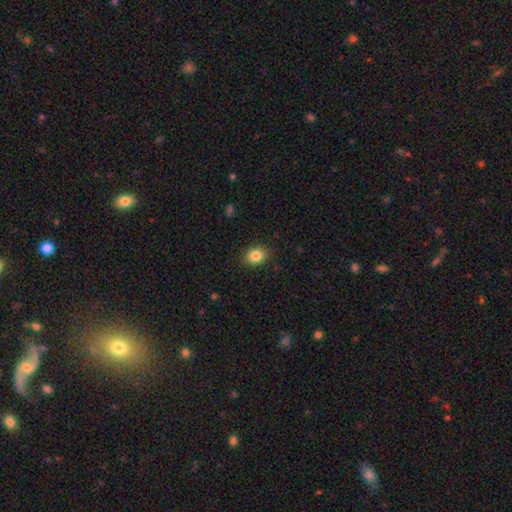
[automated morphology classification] A smooth galaxy with no disk features (85%) that is in between round and cigar-shaped (51%). Merging: none (88%).